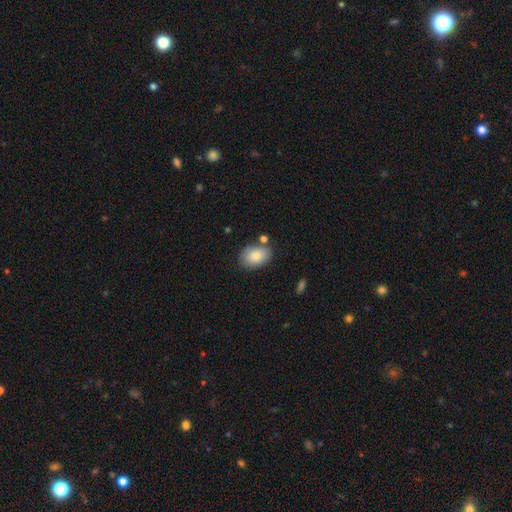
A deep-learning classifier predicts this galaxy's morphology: Smooth or featured? smooth (80%)
How rounded? in between (85%)
Merging? none (74%)